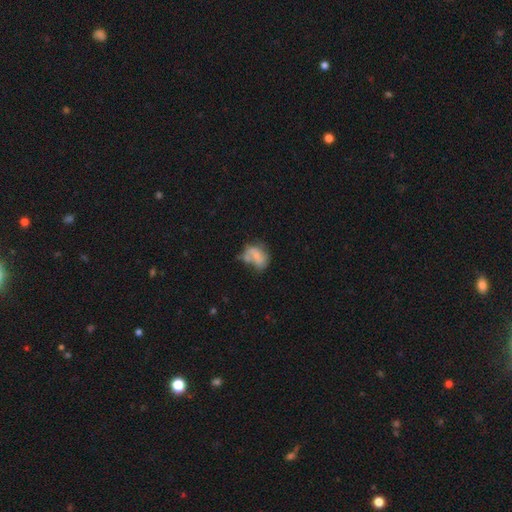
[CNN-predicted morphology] Smooth or featured? Predicted: smooth (p=0.51). How rounded? Predicted: in between (p=0.71). Merging? Predicted: none (p=0.27).